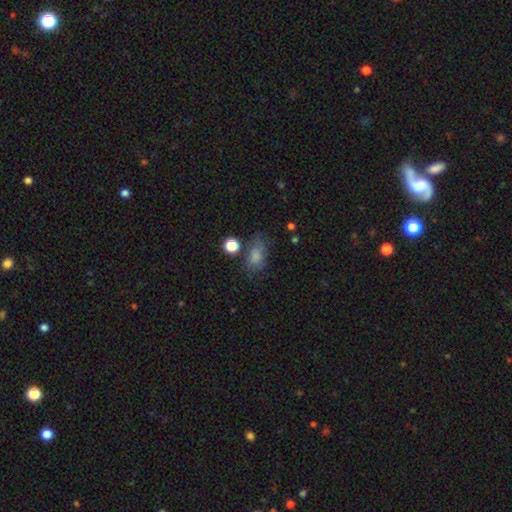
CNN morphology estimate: A smooth galaxy with no disk features (80%) that is in between round and cigar-shaped (83%). Merging: none (59%).